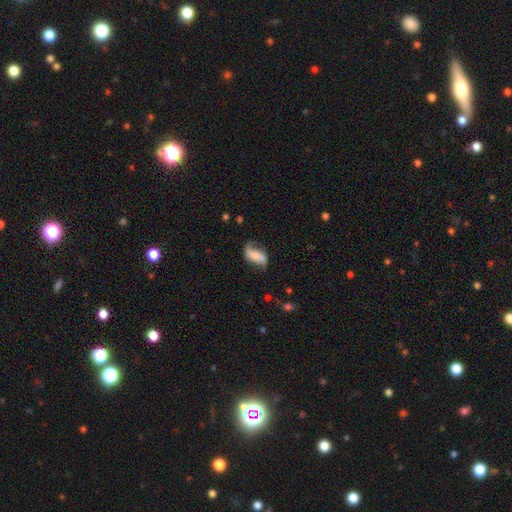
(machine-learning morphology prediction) A featured or disk galaxy (49%).

Vote fractions:
- Smooth or featured? featured or disk: 49% / smooth: 43% / star or artifact: 8%
- Merging? none: 51% / minor disturbance: 28% / major disturbance: 18% / merger: 2%